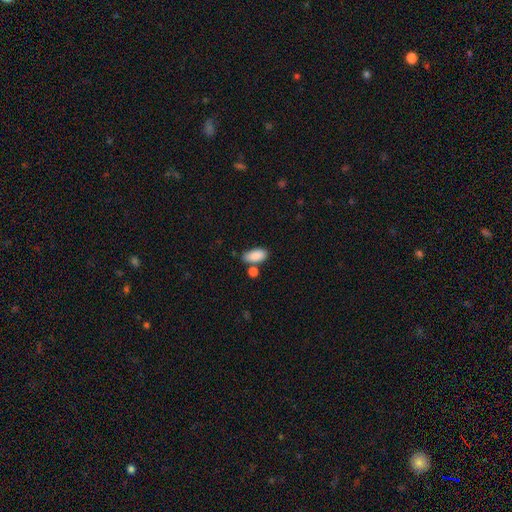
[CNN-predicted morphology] smooth-or-featured: smooth: 89% | star or artifact: 7% | featured or disk: 4%
  how-rounded: in between: 92% | cigar-shaped: 5% | round: 3%
  merging: none: 65% | merger: 17% | minor disturbance: 14% | major disturbance: 4%